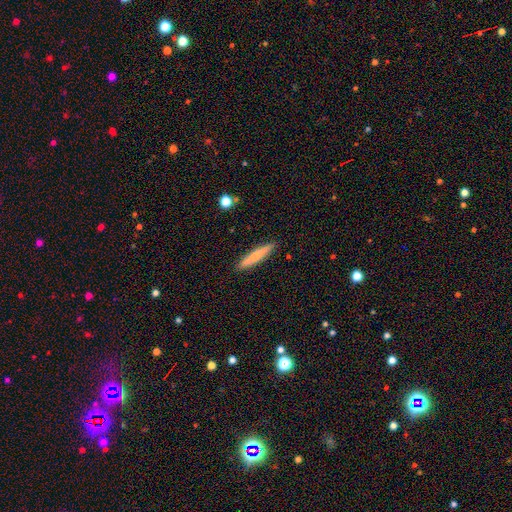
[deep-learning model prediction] Overall: smooth (69%). How rounded: cigar-shaped (94%). Merging: none (91%).